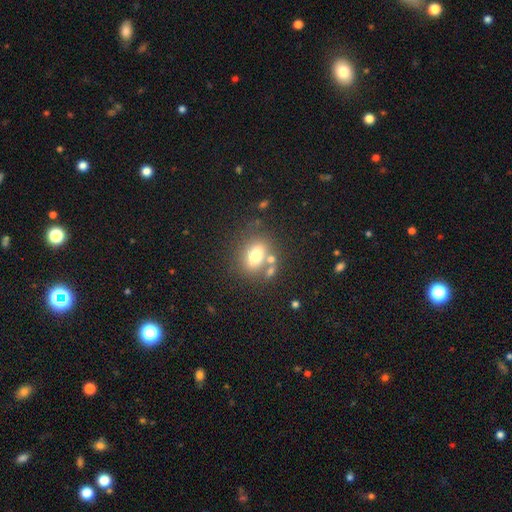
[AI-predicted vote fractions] Morphology: type=smooth (70%); roundness=in between (62%); merging=none (61%).